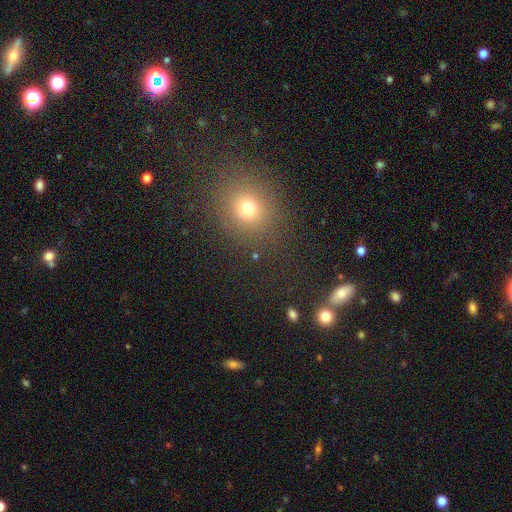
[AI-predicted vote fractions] Smooth or featured?
  - smooth: 64% *
  - star or artifact: 27%
  - featured or disk: 9%
How rounded?
  - round: 75% *
  - in between: 22%
  - cigar-shaped: 2%
Merging?
  - none: 82% *
  - minor disturbance: 9%
  - merger: 5%
  - major disturbance: 4%